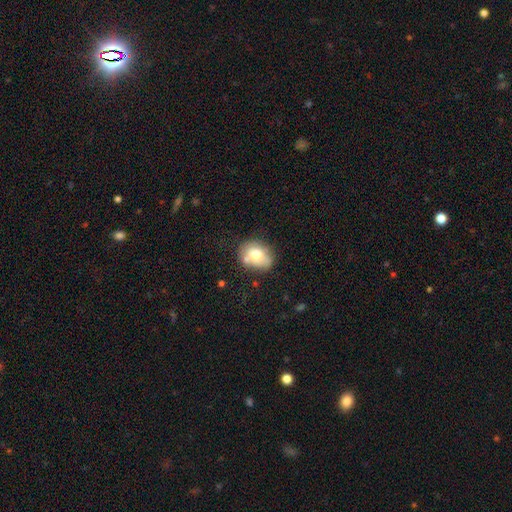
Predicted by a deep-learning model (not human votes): A smooth galaxy with no disk features (67%) that is in between round and cigar-shaped (52%). Merging: none (59%).